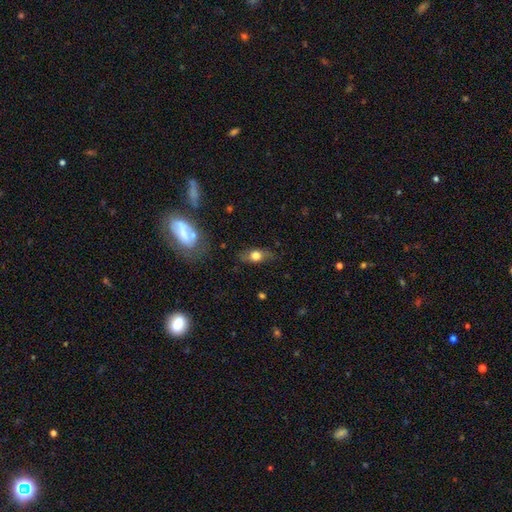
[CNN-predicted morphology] Smooth or featured? smooth (62%)
How rounded? in between (68%)
Merging? none (74%)